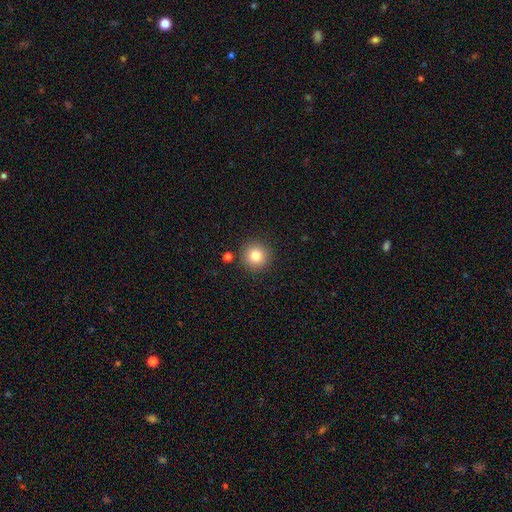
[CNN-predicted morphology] Q: Smooth or featured?
A: smooth (81%); runner-up: star or artifact (11%)
Q: How rounded?
A: round (94%); runner-up: in between (5%)
Q: Merging?
A: none (88%); runner-up: minor disturbance (7%)